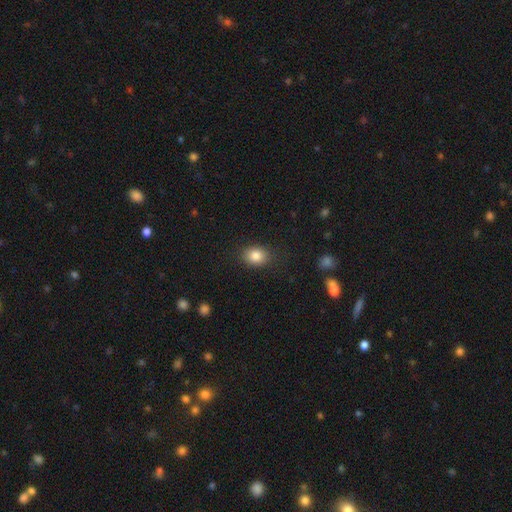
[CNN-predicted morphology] type=smooth (85%); roundness=in between (54%); merging=none (84%).